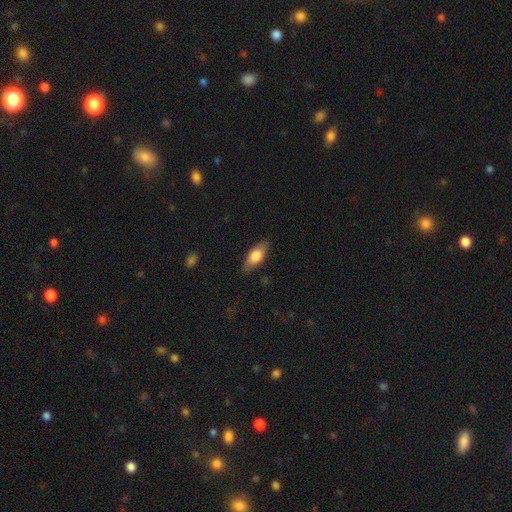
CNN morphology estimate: This is likely a smooth galaxy (66%). How rounded: likely in between (77%). Merging: clearly none (85%).